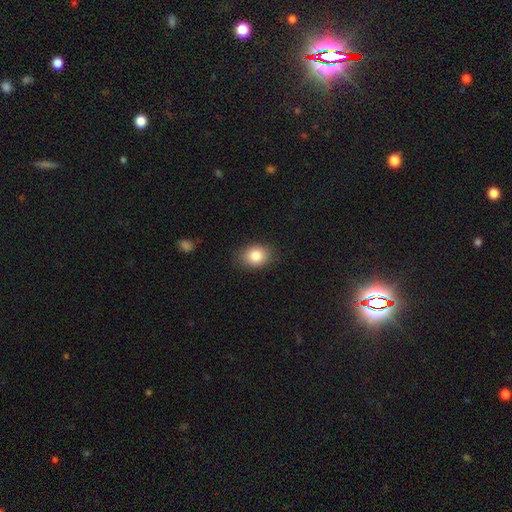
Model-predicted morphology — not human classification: Overall: smooth (84%). How rounded: in between (64%; round 35%). Merging: none (86%).